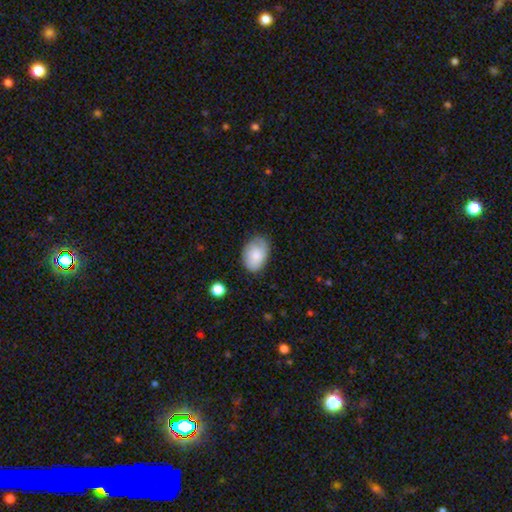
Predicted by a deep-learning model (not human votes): Smooth or featured? smooth (72%)
How rounded? in between (83%)
Merging? none (67%)